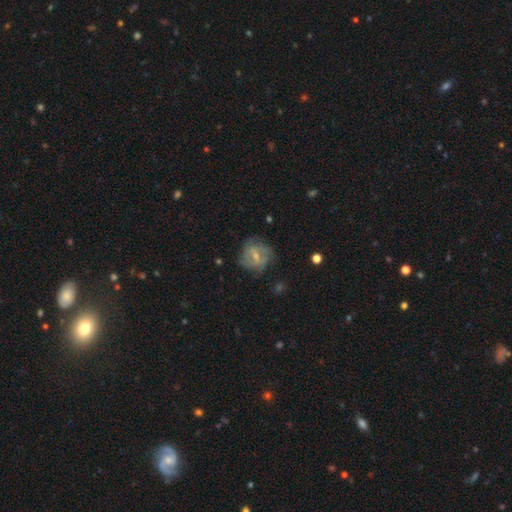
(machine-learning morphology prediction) The model was most divided on "bulge size": moderate: 49%, small: 46%, none: 2%, large: 2%, dominant: 1%. Remaining: edge-on disk — no (97%); spiral arms — yes (66%); merging — none (63%); smooth or featured — featured or disk (57%); bar — weak (47%).